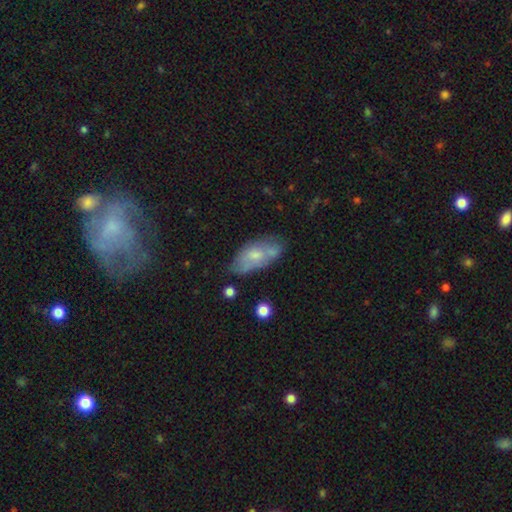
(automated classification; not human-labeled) smooth 54%, featured or disk 38%, star or artifact 8%. Down the decision tree: how rounded — in between (88%); merging — none (50%).